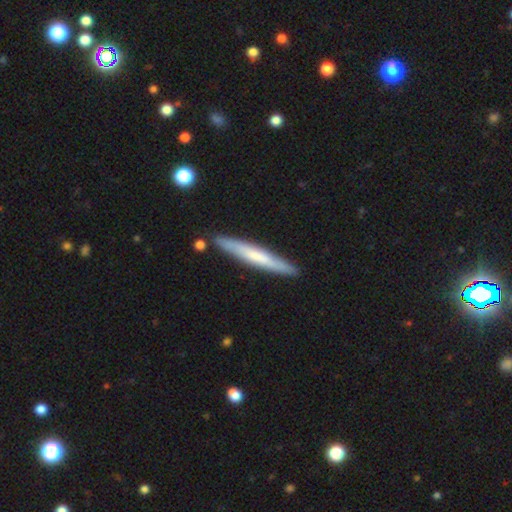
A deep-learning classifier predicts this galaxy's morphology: This is possibly a featured or disk galaxy (50%). Merging: clearly none (87%).